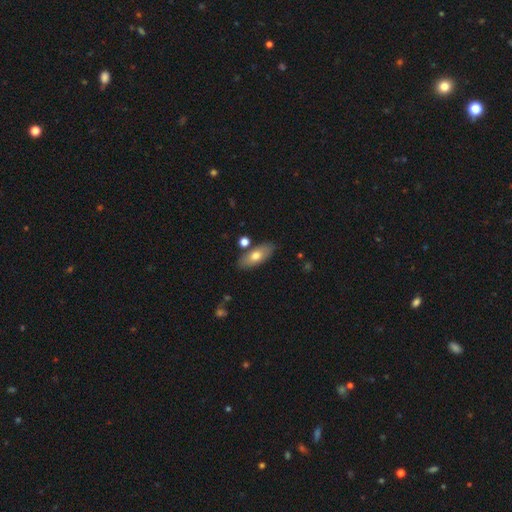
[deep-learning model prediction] smooth-or-featured: smooth: 70% | featured or disk: 24% | star or artifact: 6%
  how-rounded: in between: 83% | cigar-shaped: 14% | round: 3%
  merging: none: 81% | minor disturbance: 11% | merger: 6% | major disturbance: 3%